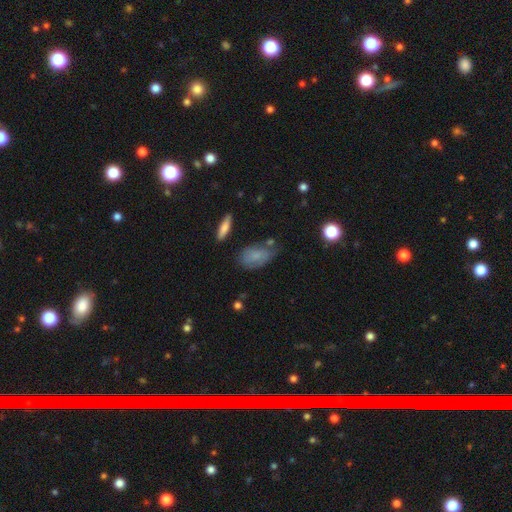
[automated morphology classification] Overall: smooth (67%). How rounded: in between (88%). Merging: none (52%; minor disturbance 32%).